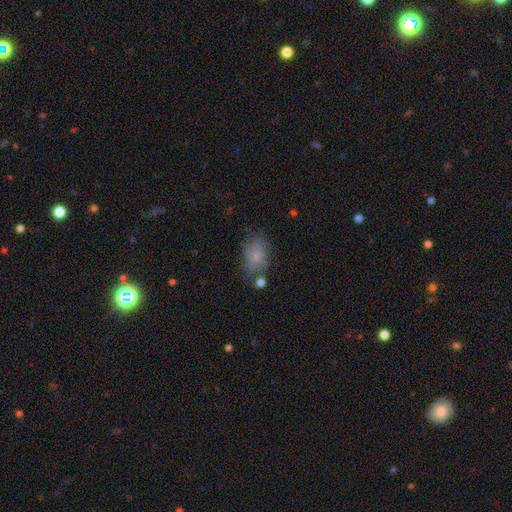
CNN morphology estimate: smooth-or-featured: smooth: 69% | featured or disk: 22% | star or artifact: 10%
  how-rounded: in between: 86% | round: 12% | cigar-shaped: 2%
  merging: none: 60% | minor disturbance: 23% | major disturbance: 9% | merger: 7%